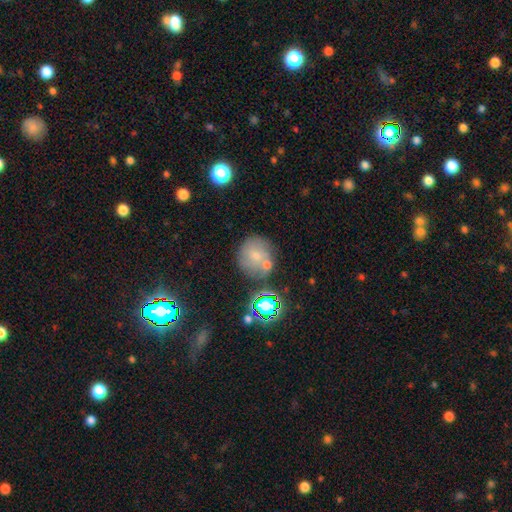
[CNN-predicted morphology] smooth-or-featured: smooth: 65% | featured or disk: 19% | star or artifact: 16%
  how-rounded: round: 90% | in between: 9% | cigar-shaped: 1%
  merging: none: 58% | merger: 23% | minor disturbance: 14% | major disturbance: 6%